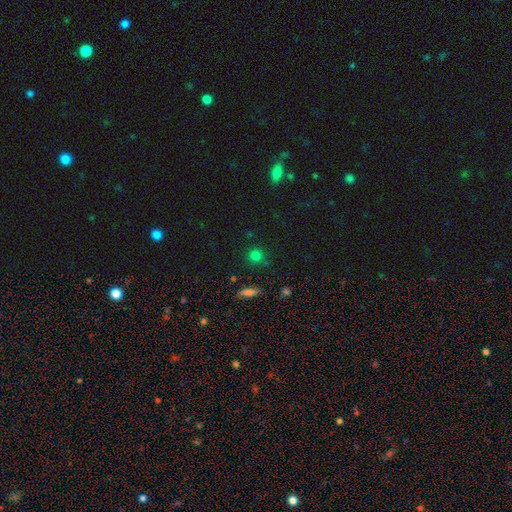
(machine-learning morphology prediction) Overall: smooth (72%). How rounded: round (88%). Merging: none (82%).